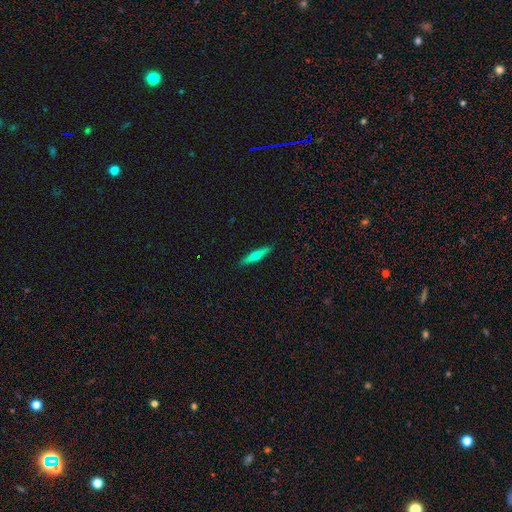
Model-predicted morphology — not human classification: Smooth or featured? Predicted: smooth (p=0.55). How rounded? Predicted: cigar-shaped (p=0.87). Merging? Predicted: none (p=0.90).